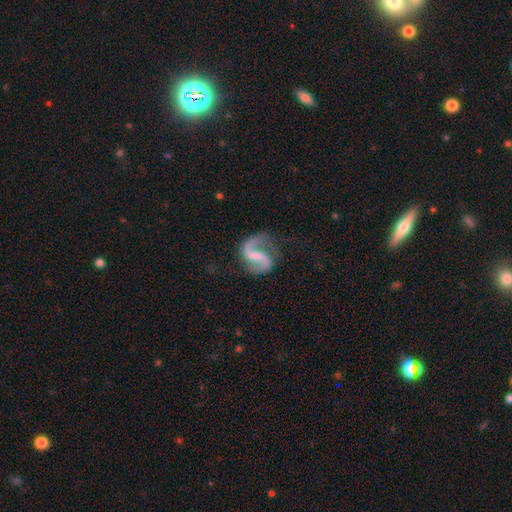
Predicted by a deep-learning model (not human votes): A featured or disk galaxy (89%) with a weak bar (48%), 2 (87%) loose (59%) spiral arms (97%) and no central bulge (38%, tied with small).

Vote fractions:
- Smooth or featured? featured or disk: 89% / smooth: 6% / star or artifact: 5%
- Edge-on disk? no: 98% / yes: 2%
- Bar? weak: 48% / strong: 31% / no: 21%
- Spiral arms? yes: 97% / no: 3%
- Spiral winding? loose: 59% / medium: 35% / tight: 6%
- Spiral arm count? 2: 87% / 1: 8% / can't tell: 2% / 3: 1% / 4: 1% / more than 4: 1%
- Bulge size? none: 38% (tied) / small: 38% (tied) / moderate: 21% / large: 3% / dominant: 1%
- Merging? none: 67% / minor disturbance: 17% / major disturbance: 13% / merger: 2%